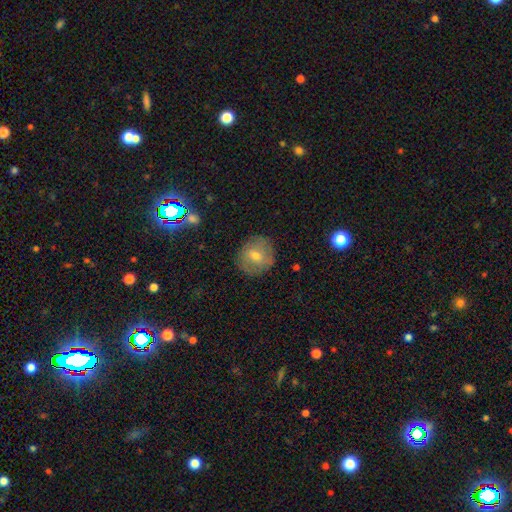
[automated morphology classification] This is possibly a smooth galaxy (55%). How rounded: clearly round (87%). Merging: clearly none (83%).